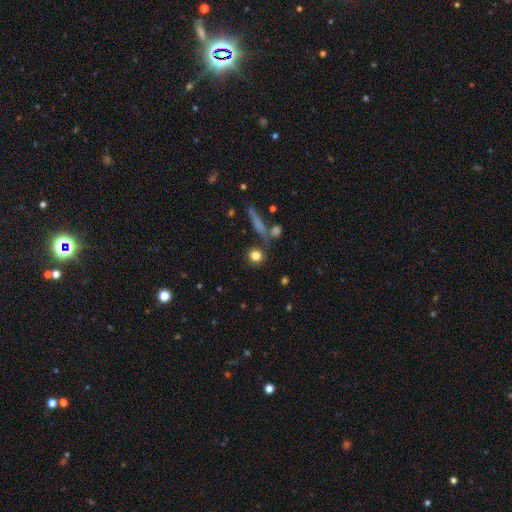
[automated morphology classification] Smooth or featured? Predicted: smooth (p=0.82). How rounded? Predicted: round (p=0.82). Merging? Predicted: none (p=0.78).